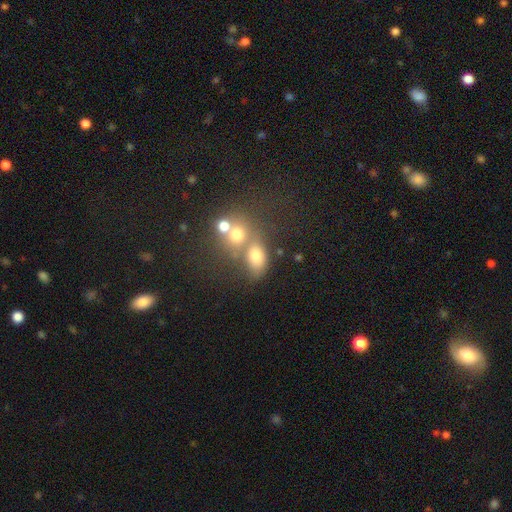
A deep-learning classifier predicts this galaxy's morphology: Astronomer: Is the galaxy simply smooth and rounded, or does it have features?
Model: smooth — 69%.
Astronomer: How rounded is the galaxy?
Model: in between — 61% (runner-up: round, 36%).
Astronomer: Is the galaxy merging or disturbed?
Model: none — 41% (runner-up: merger, 40%).